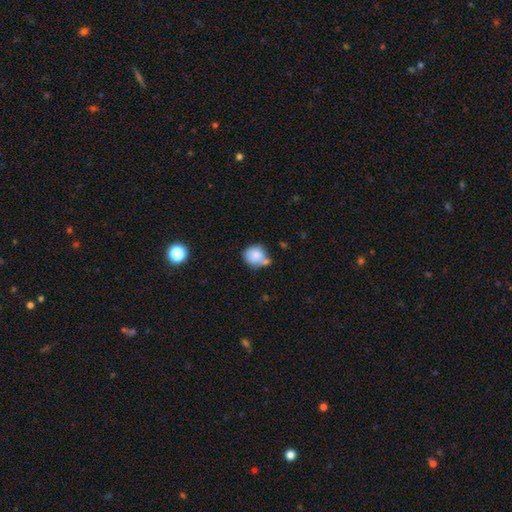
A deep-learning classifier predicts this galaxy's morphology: smooth_or_featured: smooth (p=0.81) [alt: featured or disk p=0.11]
how_rounded: round (p=0.81) [alt: in between p=0.18]
merging: none (p=0.50) [alt: minor disturbance p=0.24]